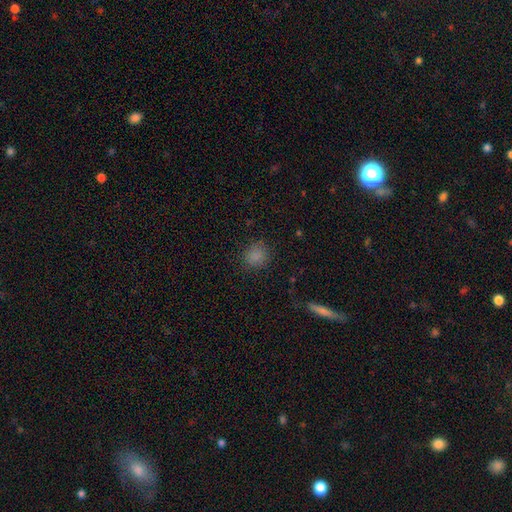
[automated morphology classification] The model was most divided on "how rounded": round: 82%, in between: 17%, cigar-shaped: 1%. More confident: merging — none (83%); smooth or featured — smooth (82%).